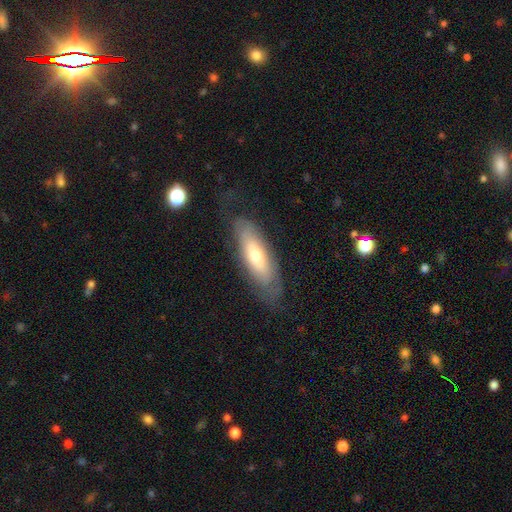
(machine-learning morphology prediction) Smooth or featured? Predicted: smooth (p=0.53). How rounded? Predicted: in between (p=0.58). Merging? Predicted: none (p=0.69).